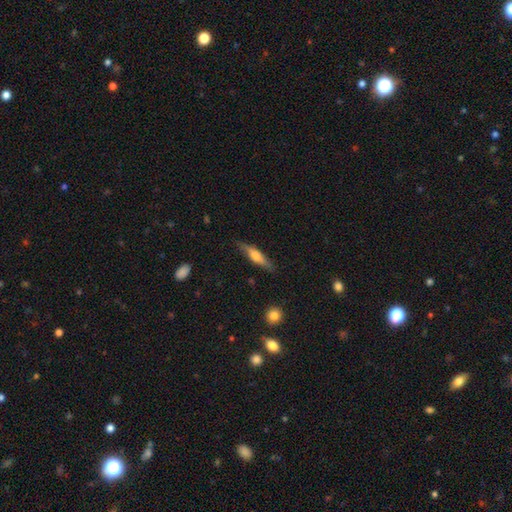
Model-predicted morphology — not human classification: Smooth or featured?
  - smooth: 50% *
  - featured or disk: 44%
  - star or artifact: 6%
How rounded?
  - cigar-shaped: 75% *
  - in between: 23%
  - round: 2%
Merging?
  - none: 82% *
  - minor disturbance: 14%
  - major disturbance: 3%
  - merger: 1%